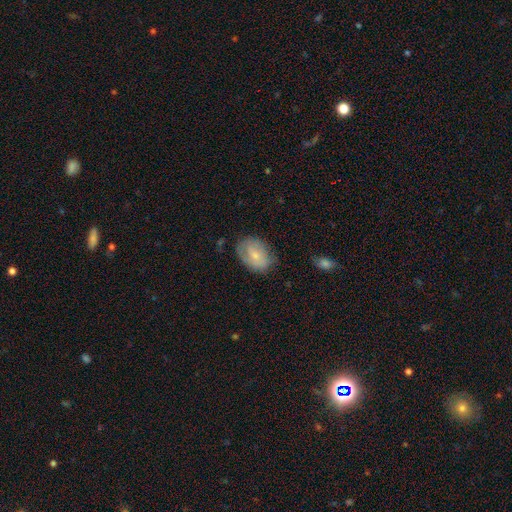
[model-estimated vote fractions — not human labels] Smooth or featured: smooth — 54% (featured or disk — 39%)
How rounded: in between — 78% (round — 21%)
Merging: none — 65% (minor disturbance — 25%)